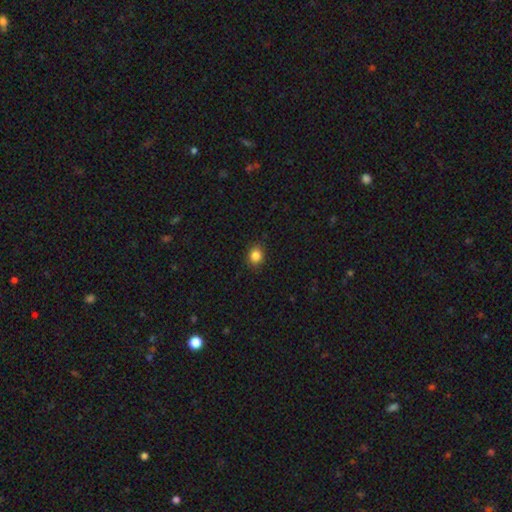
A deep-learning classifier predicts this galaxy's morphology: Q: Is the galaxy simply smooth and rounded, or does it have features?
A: smooth — 85%.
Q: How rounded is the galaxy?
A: round — 71%.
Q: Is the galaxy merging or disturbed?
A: none — 88%.